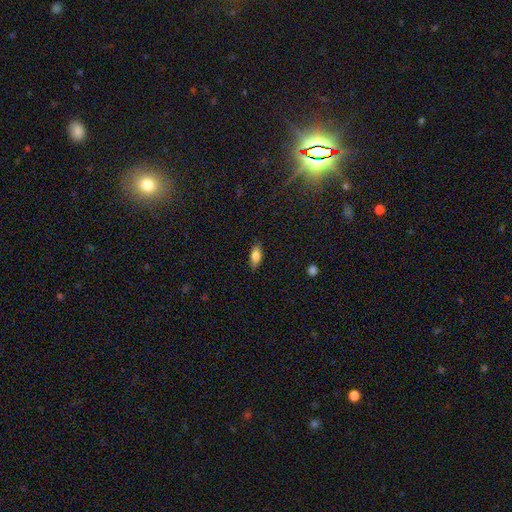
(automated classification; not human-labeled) Overall: smooth (78%). How rounded: in between (82%). Merging: none (85%).